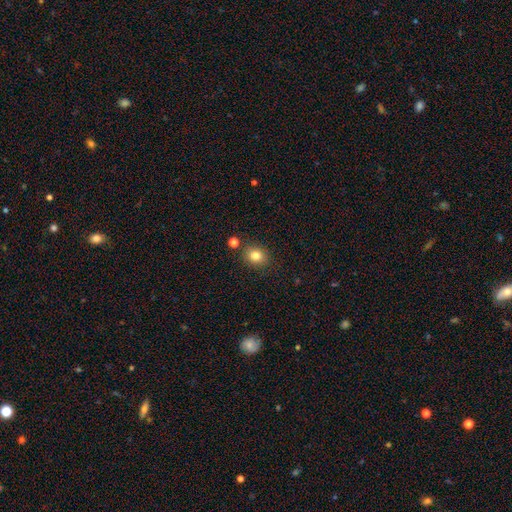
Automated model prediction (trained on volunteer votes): Q: Smooth or featured?
A: smooth (82%); runner-up: star or artifact (12%)
Q: How rounded?
A: round (63%); runner-up: in between (36%)
Q: Merging?
A: none (82%); runner-up: minor disturbance (10%)